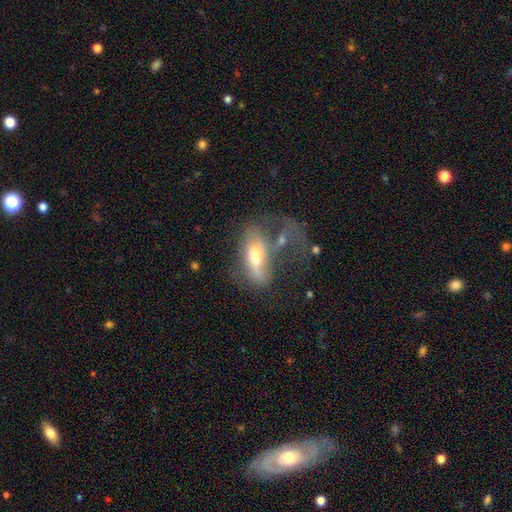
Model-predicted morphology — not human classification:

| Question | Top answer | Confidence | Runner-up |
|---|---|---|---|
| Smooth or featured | smooth | 47% | featured or disk (45%) |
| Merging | major disturbance | 37% | merger (26%) |